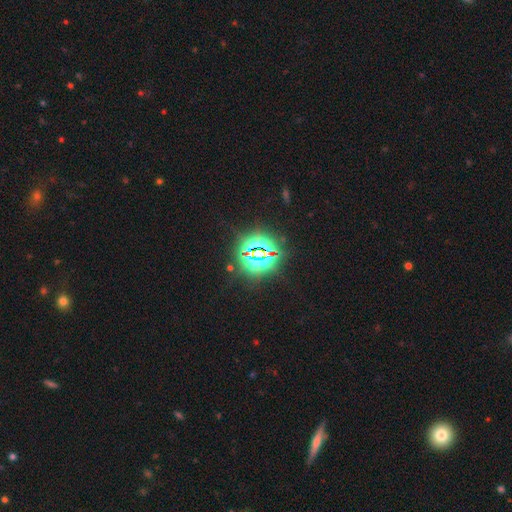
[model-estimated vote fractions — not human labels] smooth-or-featured: star or artifact: 83% | smooth: 10% | featured or disk: 7%